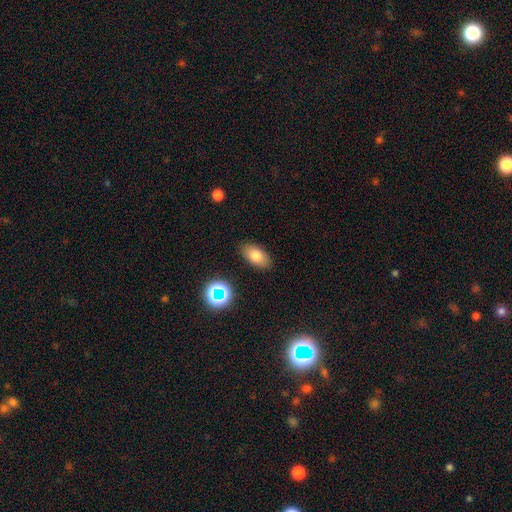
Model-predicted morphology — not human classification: A smooth galaxy with no disk features (75%) that is in between round and cigar-shaped (90%).

Vote fractions:
- Smooth or featured? smooth: 75% / featured or disk: 14% / star or artifact: 11%
- How rounded? in between: 90% / round: 7% / cigar-shaped: 3%
- Merging? none: 86% / minor disturbance: 10% / major disturbance: 3% / merger: 2%